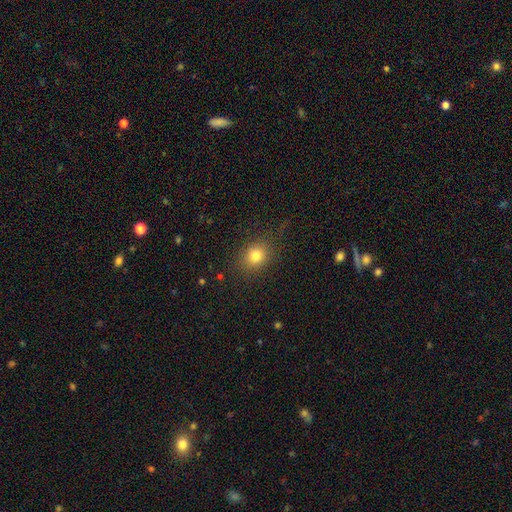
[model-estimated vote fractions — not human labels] A smooth galaxy with no disk features (80%) that is round (60%).

Vote fractions:
- Smooth or featured? smooth: 80% / star or artifact: 12% / featured or disk: 8%
- How rounded? round: 60% / in between: 39% / cigar-shaped: 1%
- Merging? none: 82% / minor disturbance: 11% / major disturbance: 5% / merger: 1%